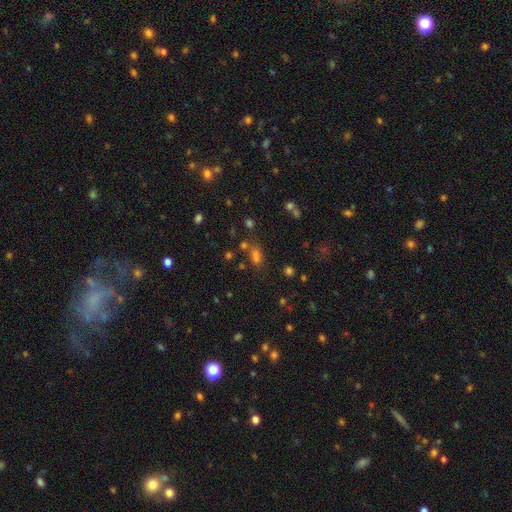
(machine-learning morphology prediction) type=smooth (57%); roundness=in between (72%); merging=none (61%).